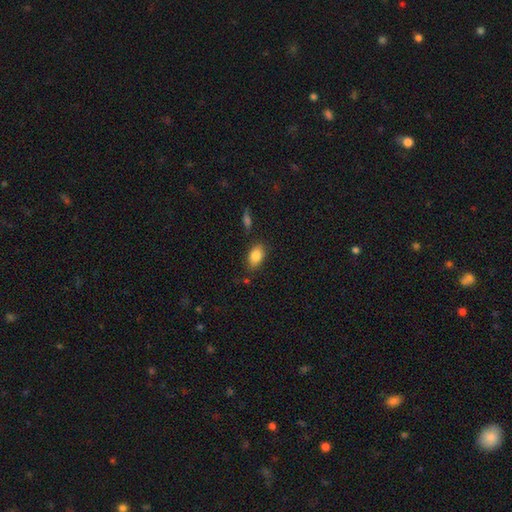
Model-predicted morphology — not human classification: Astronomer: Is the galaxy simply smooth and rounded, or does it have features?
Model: smooth — 85%.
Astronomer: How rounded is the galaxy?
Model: in between — 88%.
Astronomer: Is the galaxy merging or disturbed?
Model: none — 79%.